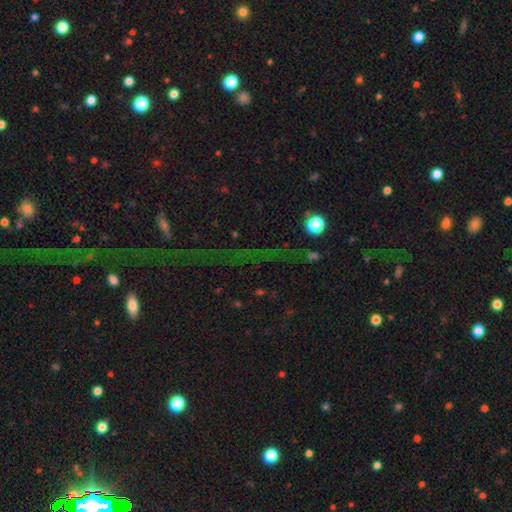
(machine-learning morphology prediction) star or artifact 77%, smooth 14%, featured or disk 10%.